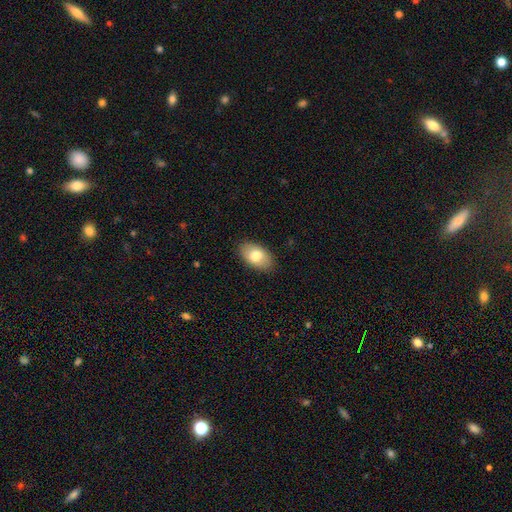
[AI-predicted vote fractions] Smooth or featured: smooth — 77% (featured or disk — 16%)
How rounded: in between — 93% (round — 6%)
Merging: none — 87% (minor disturbance — 10%)